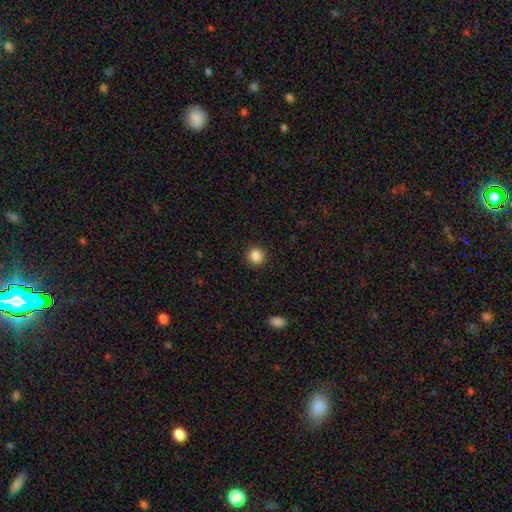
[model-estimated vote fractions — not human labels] smooth_or_featured: smooth (p=0.86) [alt: star or artifact p=0.10]
how_rounded: round (p=0.94) [alt: in between p=0.05]
merging: none (p=0.92) [alt: minor disturbance p=0.05]